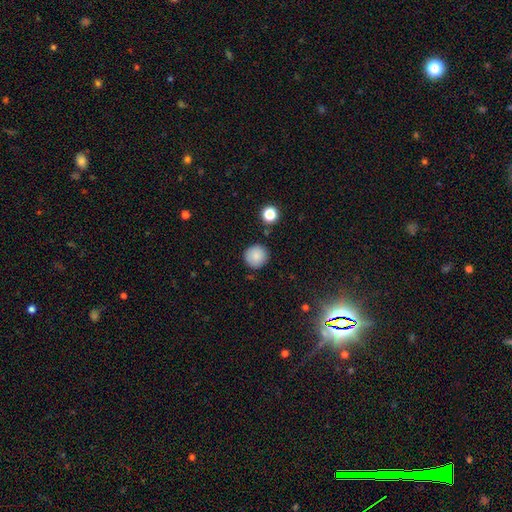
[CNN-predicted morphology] Smooth or featured? Predicted: smooth (p=0.86). How rounded? Predicted: round (p=0.95). Merging? Predicted: none (p=0.89).